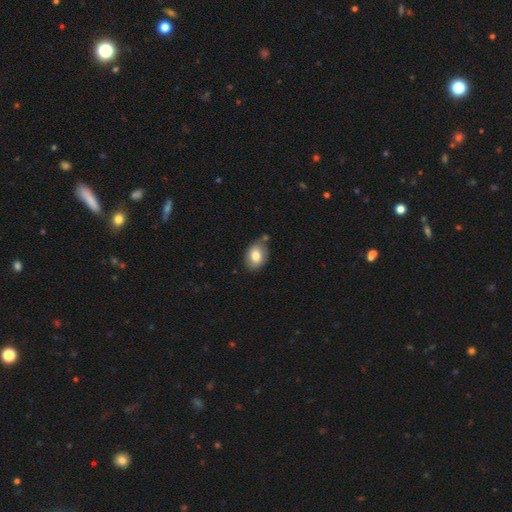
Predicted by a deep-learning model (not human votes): This appears to be a smooth galaxy with no disk features (81%) that is in between round and cigar-shaped (80%). Merging: none (71%).